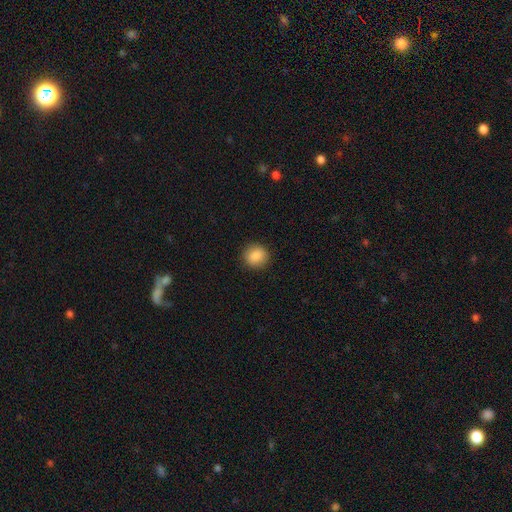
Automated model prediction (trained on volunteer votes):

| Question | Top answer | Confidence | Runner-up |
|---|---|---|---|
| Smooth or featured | smooth | 87% | star or artifact (9%) |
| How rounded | round | 89% | in between (10%) |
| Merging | none | 90% | minor disturbance (7%) |